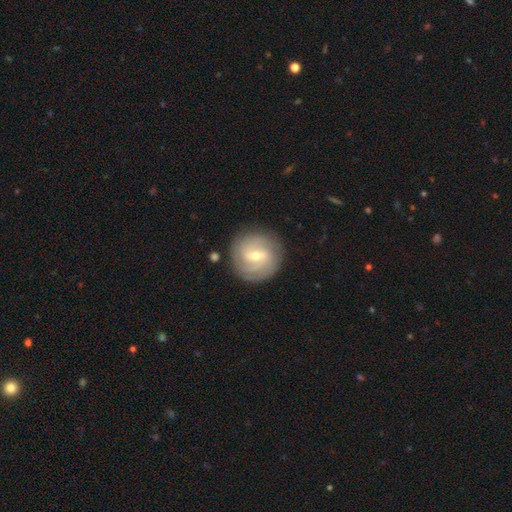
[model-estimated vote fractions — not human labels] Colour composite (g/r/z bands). It shows a featured or disk galaxy (78%) with a weak bar (58%), 3 (29%) tight (63%) spiral arms (94%) and a moderate central bulge (50%). Merging: none (85%).